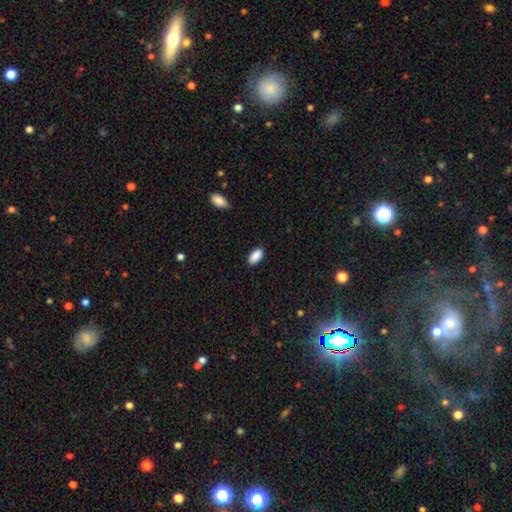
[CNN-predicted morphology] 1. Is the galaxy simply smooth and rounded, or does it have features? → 90% smooth, 7% star or artifact, 3% featured or disk.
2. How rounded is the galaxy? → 94% in between, 4% cigar-shaped, 3% round.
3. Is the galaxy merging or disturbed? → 85% none, 11% minor disturbance, 2% major disturbance, 1% merger.